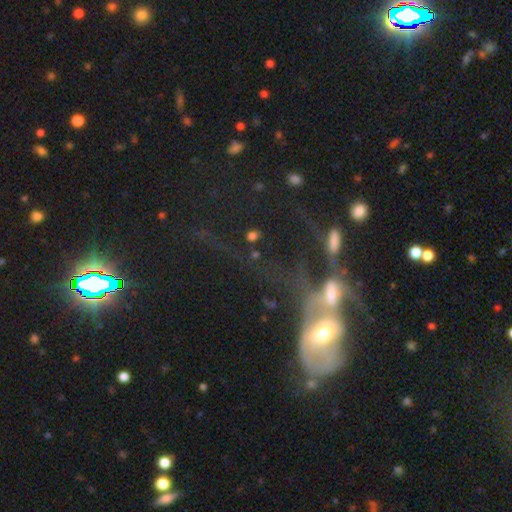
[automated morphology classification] smooth_or_featured: featured or disk (p=0.45) [alt: star or artifact p=0.29]
merging: merger (p=0.61) [alt: none p=0.16]